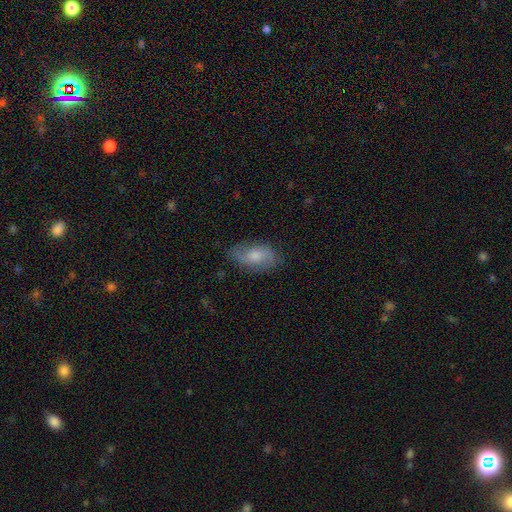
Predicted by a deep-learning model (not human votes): Overall: smooth (55%; featured or disk 37%). How rounded: in between (90%). Merging: none (70%).